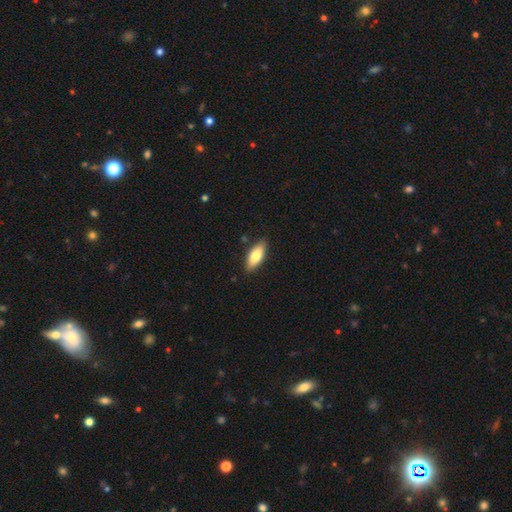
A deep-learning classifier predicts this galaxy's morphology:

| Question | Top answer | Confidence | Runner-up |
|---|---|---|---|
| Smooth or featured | smooth | 74% | featured or disk (20%) |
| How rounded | in between | 76% | cigar-shaped (22%) |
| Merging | none | 86% | minor disturbance (11%) |